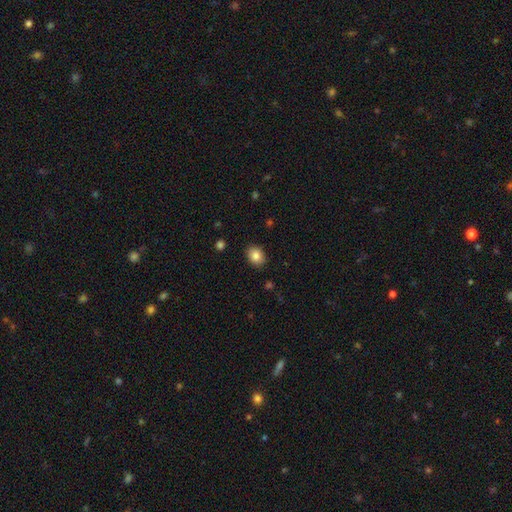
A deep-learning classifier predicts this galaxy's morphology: smooth_or_featured: smooth (p=0.85) [alt: star or artifact p=0.09]
how_rounded: in between (p=0.59) [alt: round p=0.40]
merging: none (p=0.88) [alt: minor disturbance p=0.09]